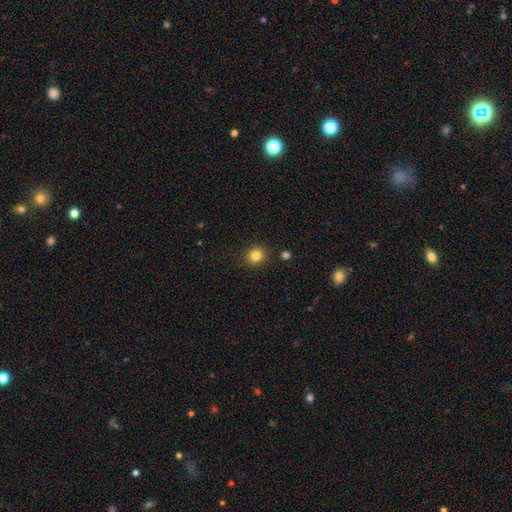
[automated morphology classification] Smooth or featured: smooth — 83% (star or artifact — 12%)
How rounded: round — 82% (in between — 17%)
Merging: none — 88% (minor disturbance — 7%)